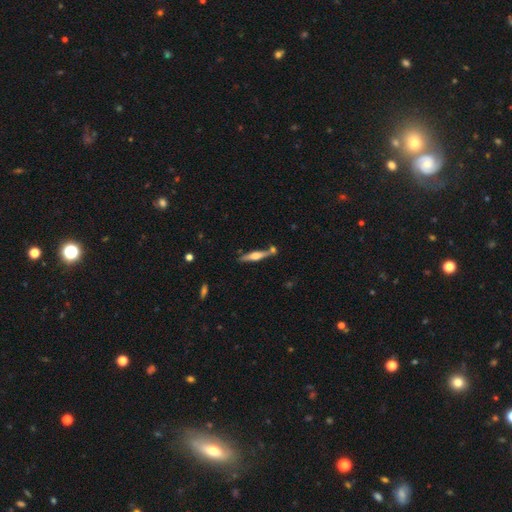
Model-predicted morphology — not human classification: A featured or disk galaxy (65%) viewed edge-on (96%) with a rounded central bulge (84%).

Vote fractions:
- Smooth or featured? featured or disk: 65% / smooth: 29% / star or artifact: 6%
- Edge-on disk? yes: 96% / no: 4%
- Edge-on bulge? rounded: 84% / boxy: 12% / none: 4%
- Merging? none: 73% / merger: 12% / minor disturbance: 12% / major disturbance: 3%